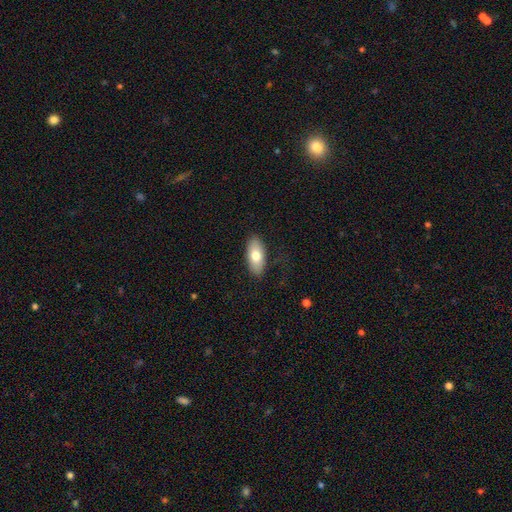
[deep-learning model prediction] smooth_or_featured: smooth (p=0.74) [alt: featured or disk p=0.20]
how_rounded: in between (p=0.88) [alt: cigar-shaped p=0.09]
merging: none (p=0.85) [alt: minor disturbance p=0.11]